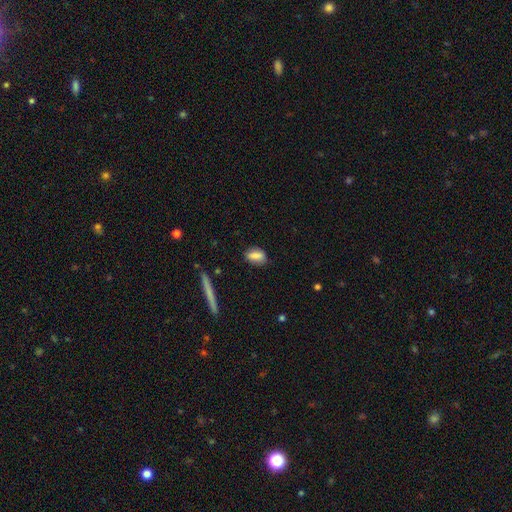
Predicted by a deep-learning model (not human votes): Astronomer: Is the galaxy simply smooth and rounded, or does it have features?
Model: smooth — 82%.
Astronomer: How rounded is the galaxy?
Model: in between — 83%.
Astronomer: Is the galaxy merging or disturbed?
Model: none — 81%.